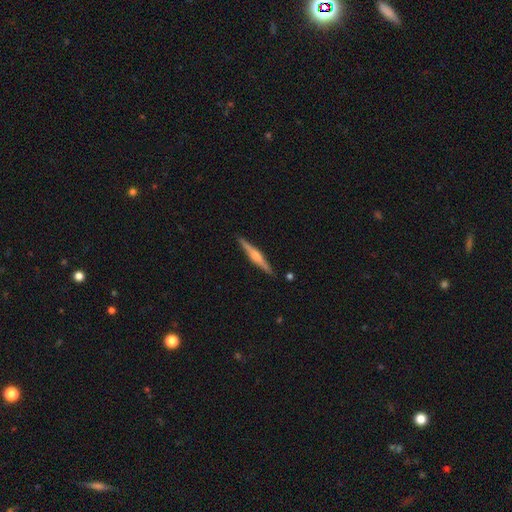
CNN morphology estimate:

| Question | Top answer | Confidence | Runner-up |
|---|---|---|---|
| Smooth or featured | featured or disk | 68% | smooth (26%) |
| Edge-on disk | yes | 98% | no (2%) |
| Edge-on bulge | rounded | 69% | boxy (21%) |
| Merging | none | 90% | minor disturbance (7%) |